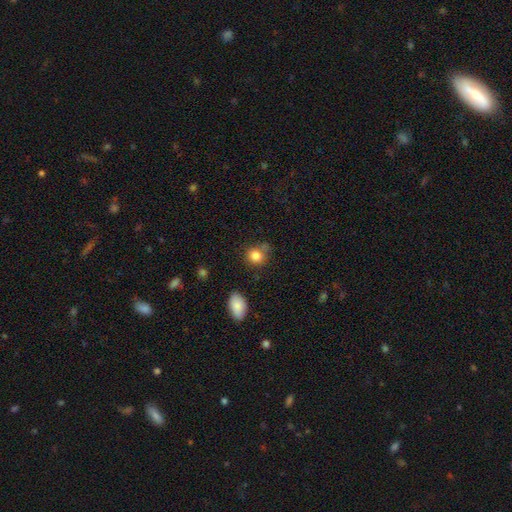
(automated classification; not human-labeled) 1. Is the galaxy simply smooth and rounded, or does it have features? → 84% smooth, 10% star or artifact, 6% featured or disk.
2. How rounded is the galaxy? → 76% round, 23% in between, 1% cigar-shaped.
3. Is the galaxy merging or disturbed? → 62% none, 24% minor disturbance, 7% major disturbance, 6% merger.